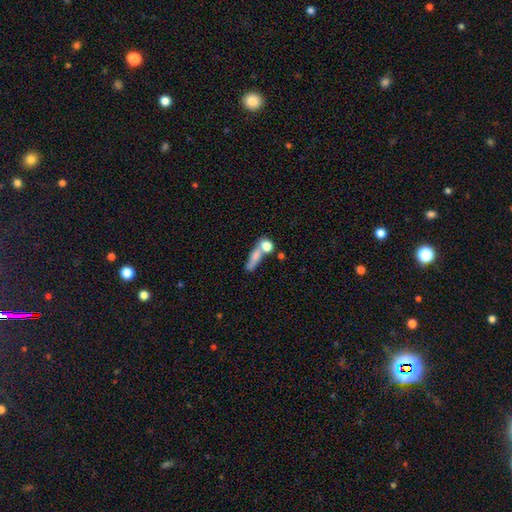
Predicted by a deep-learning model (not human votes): smooth_or_featured: smooth (p=0.67) [alt: featured or disk p=0.22]
how_rounded: cigar-shaped (p=0.43) [alt: in between p=0.34]
merging: merger (p=0.40) [alt: none p=0.35]